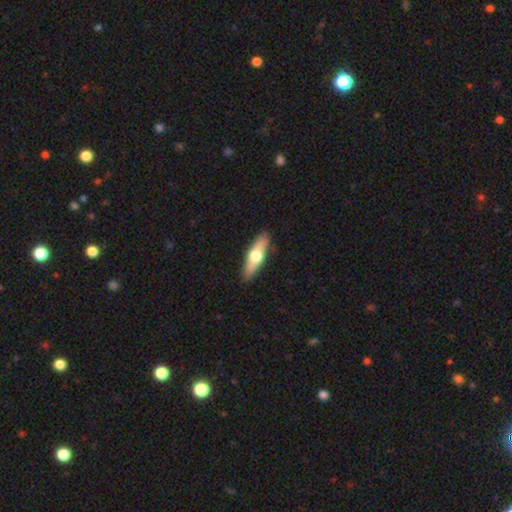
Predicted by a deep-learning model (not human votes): The model was most divided on "smooth or featured": smooth: 52%, featured or disk: 43%, star or artifact: 5%. More confident: merging — none (88%); how rounded — cigar-shaped (60%).